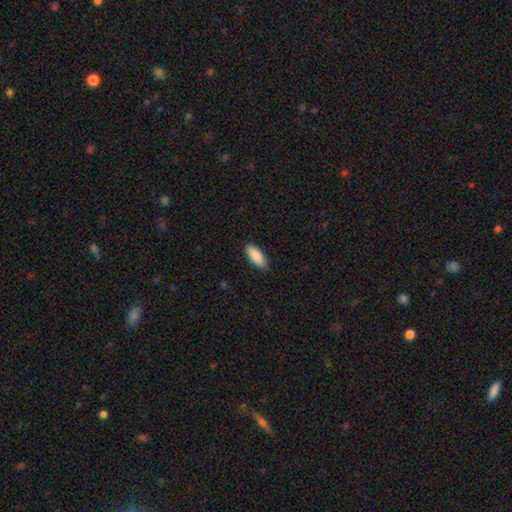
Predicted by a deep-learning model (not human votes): Q: Smooth or featured?
A: smooth (90%); runner-up: star or artifact (6%)
Q: How rounded?
A: in between (81%); runner-up: cigar-shaped (18%)
Q: Merging?
A: none (86%); runner-up: minor disturbance (11%)